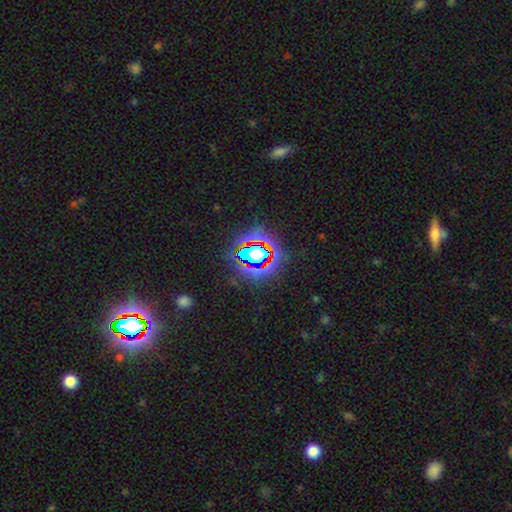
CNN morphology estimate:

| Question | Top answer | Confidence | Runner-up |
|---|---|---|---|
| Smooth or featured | star or artifact | 68% | smooth (20%) |